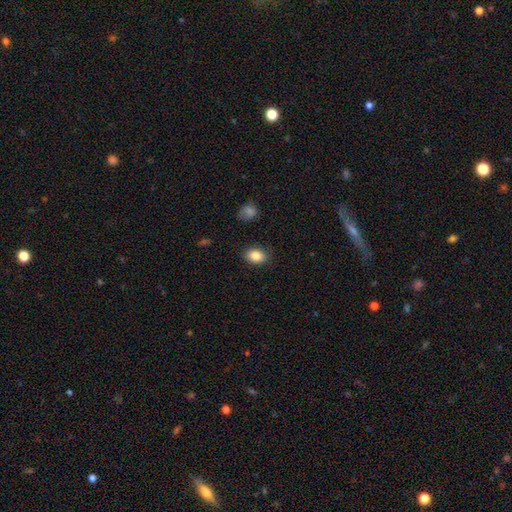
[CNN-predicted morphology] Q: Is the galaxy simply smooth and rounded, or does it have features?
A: smooth — 85%.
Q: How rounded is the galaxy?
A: in between — 77%.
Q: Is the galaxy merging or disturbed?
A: none — 86%.